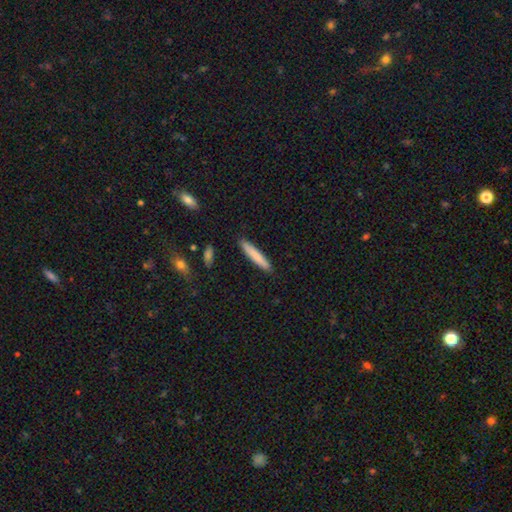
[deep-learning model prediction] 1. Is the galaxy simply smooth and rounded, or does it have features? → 80% smooth, 14% featured or disk, 6% star or artifact.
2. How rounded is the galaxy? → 93% cigar-shaped, 6% in between, 1% round.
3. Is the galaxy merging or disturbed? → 91% none, 7% minor disturbance, 2% major disturbance, 1% merger.